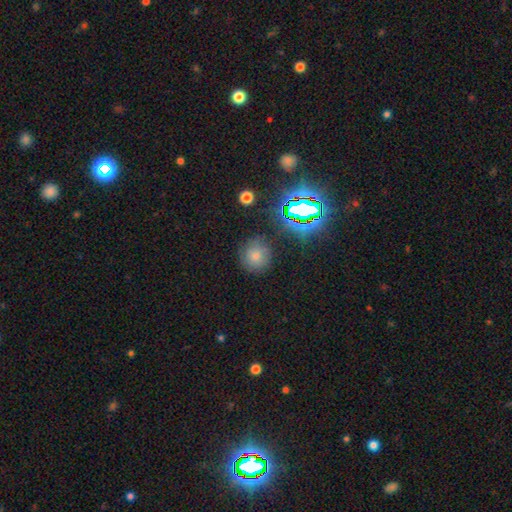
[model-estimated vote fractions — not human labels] Smooth or featured? Predicted: smooth (p=0.50). Merging? Predicted: none (p=0.84).